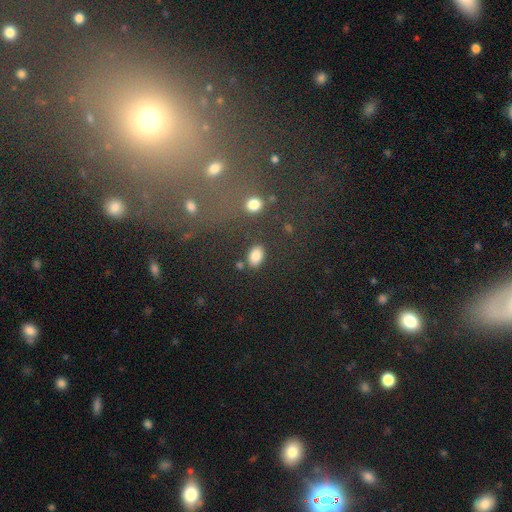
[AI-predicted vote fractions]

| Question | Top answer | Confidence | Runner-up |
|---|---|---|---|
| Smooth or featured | smooth | 84% | star or artifact (10%) |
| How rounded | in between | 86% | round (13%) |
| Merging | none | 82% | minor disturbance (10%) |